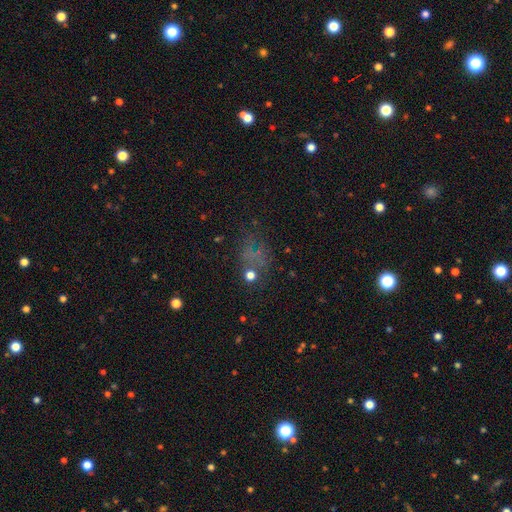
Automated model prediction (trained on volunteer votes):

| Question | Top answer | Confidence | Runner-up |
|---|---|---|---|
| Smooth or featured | smooth | 44% | star or artifact (37%) |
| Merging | none | 50% | major disturbance (24%) |